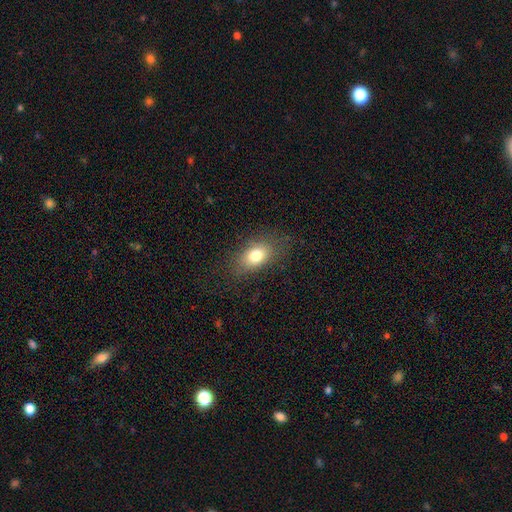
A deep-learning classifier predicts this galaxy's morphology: Smooth or featured?
  - smooth: 78% *
  - featured or disk: 12%
  - star or artifact: 9%
How rounded?
  - in between: 83% *
  - round: 14%
  - cigar-shaped: 3%
Merging?
  - none: 77% *
  - minor disturbance: 16%
  - major disturbance: 6%
  - merger: 1%